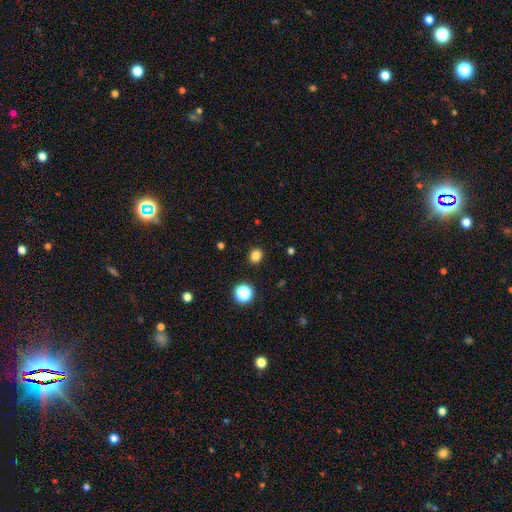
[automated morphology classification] Smooth or featured: smooth — 82% (star or artifact — 14%)
How rounded: round — 74% (in between — 25%)
Merging: none — 90% (minor disturbance — 6%)